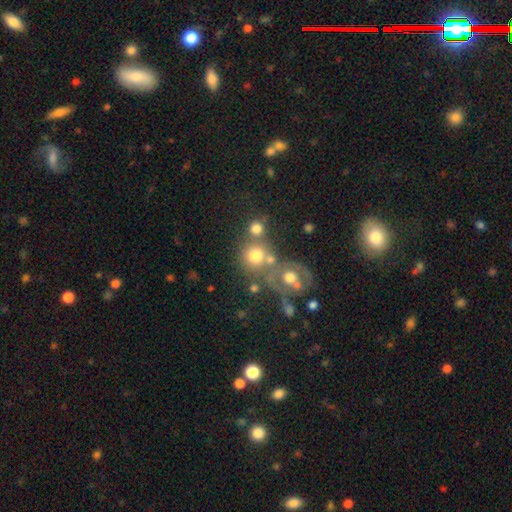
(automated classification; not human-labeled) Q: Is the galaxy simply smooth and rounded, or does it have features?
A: smooth — 68%.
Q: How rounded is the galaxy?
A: round — 82%.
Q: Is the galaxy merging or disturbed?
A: none — 43%.